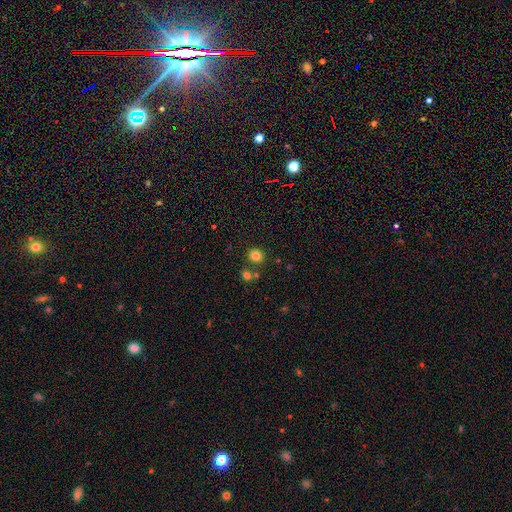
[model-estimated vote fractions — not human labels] smooth_or_featured: smooth (p=0.81) [alt: star or artifact p=0.13]
how_rounded: round (p=0.80) [alt: in between p=0.19]
merging: none (p=0.78) [alt: merger p=0.11]